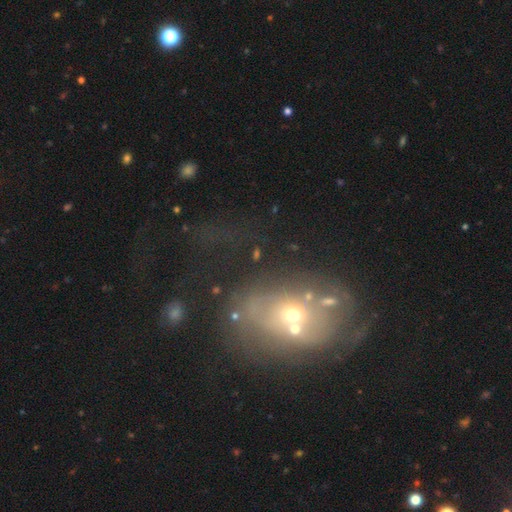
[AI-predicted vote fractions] This is possibly a featured or disk galaxy (51%). It is clearly not viewed edge-on (93%). Merging: marginally none (37%).